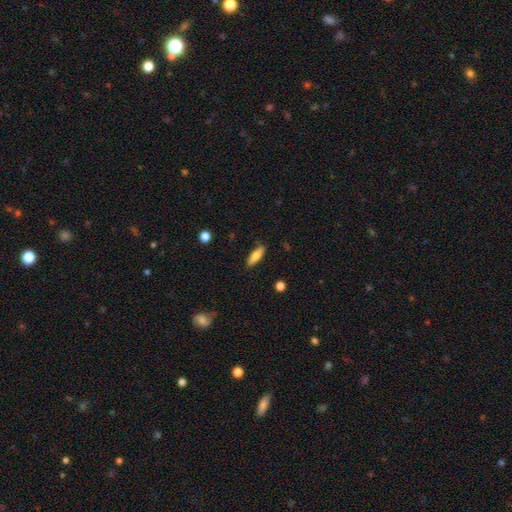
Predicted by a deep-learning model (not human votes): Overall: smooth (74%). How rounded: cigar-shaped (51%; in between 47%). Merging: none (86%).